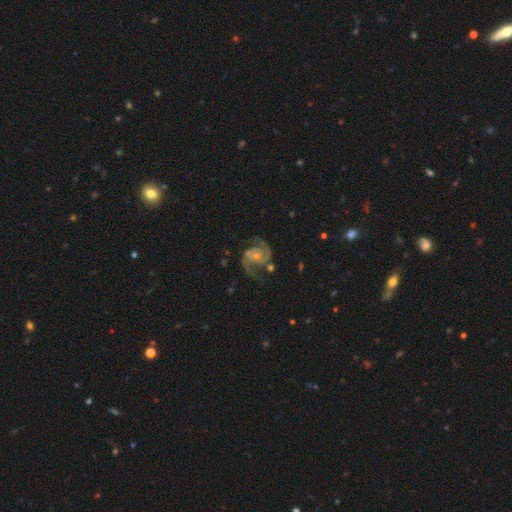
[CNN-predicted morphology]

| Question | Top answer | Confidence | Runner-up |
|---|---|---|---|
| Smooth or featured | featured or disk | 92% | star or artifact (5%) |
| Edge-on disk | no | 98% | yes (2%) |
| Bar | no | 60% | weak (31%) |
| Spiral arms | yes | 98% | no (2%) |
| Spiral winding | medium | 60% | loose (21%) |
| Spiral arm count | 2 | 92% | 3 (2%) |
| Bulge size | small | 67% | moderate (26%) |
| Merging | none | 70% | minor disturbance (16%) |